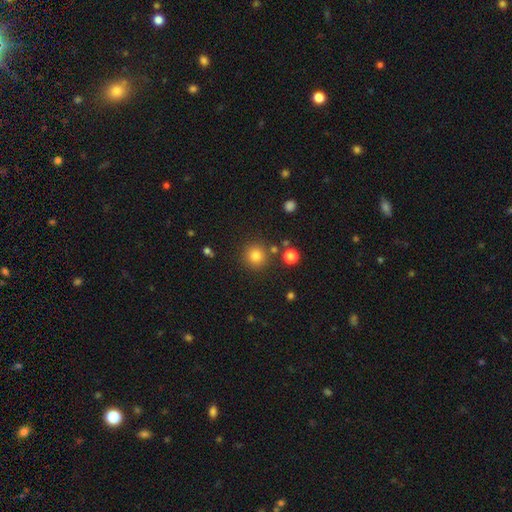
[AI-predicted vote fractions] Smooth or featured? smooth (81%)
How rounded? round (94%)
Merging? none (85%)